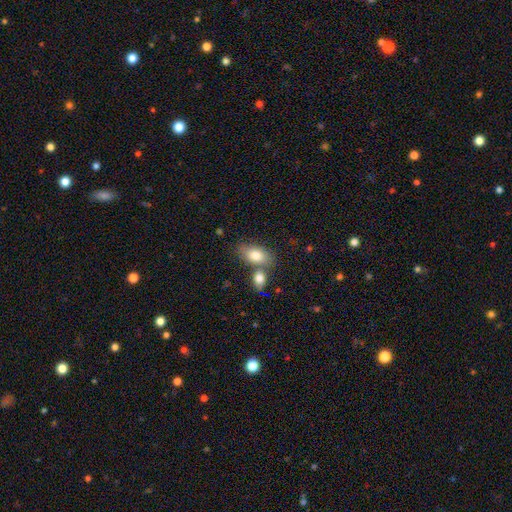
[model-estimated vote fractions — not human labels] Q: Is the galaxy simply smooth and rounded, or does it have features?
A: smooth — 81%.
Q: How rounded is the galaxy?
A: in between — 89%.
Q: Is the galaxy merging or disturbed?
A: none — 53%.